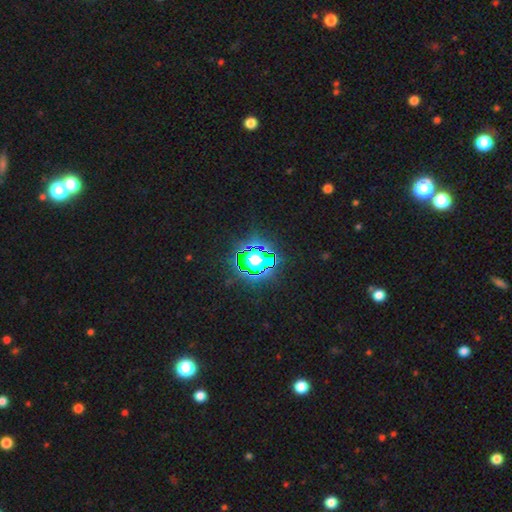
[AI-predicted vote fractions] smooth_or_featured: star or artifact (p=0.80) [alt: smooth p=0.13]